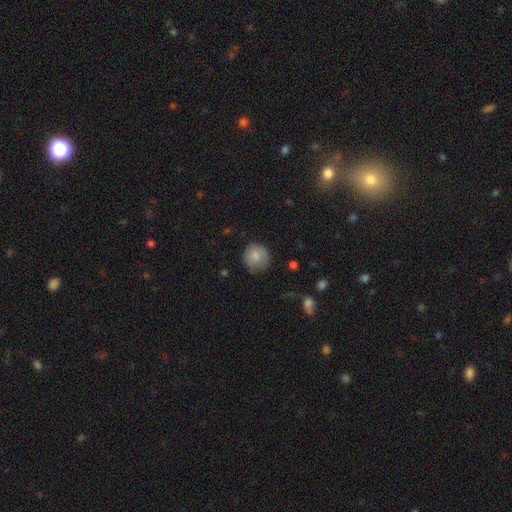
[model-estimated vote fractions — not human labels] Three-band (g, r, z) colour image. It shows a smooth galaxy with no disk features (81%) that is round (90%). Merging: none (70%).